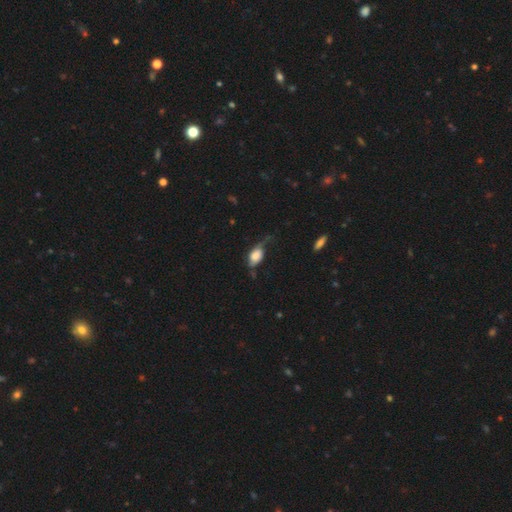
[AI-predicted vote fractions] A smooth galaxy with no disk features (65%) that is in between round and cigar-shaped (86%).

Vote fractions:
- Smooth or featured? smooth: 65% / featured or disk: 27% / star or artifact: 8%
- How rounded? in between: 86% / round: 10% / cigar-shaped: 4%
- Merging? minor disturbance: 33% (tied) / none: 33% (tied) / major disturbance: 30% / merger: 4%